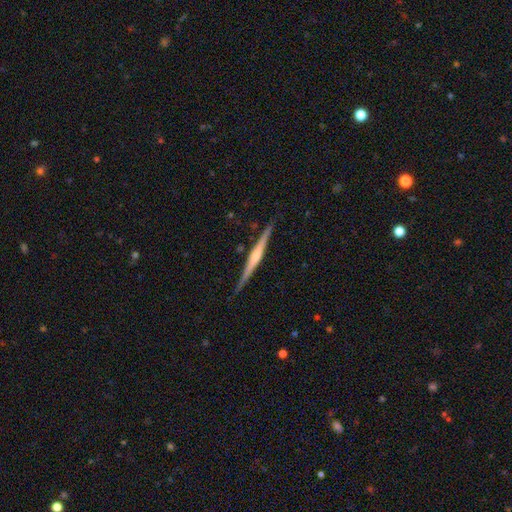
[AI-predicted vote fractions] Overall: featured or disk (75%). Edge-on disk: yes (98%). Edge-on bulge: rounded (65%). Merging: none (88%).